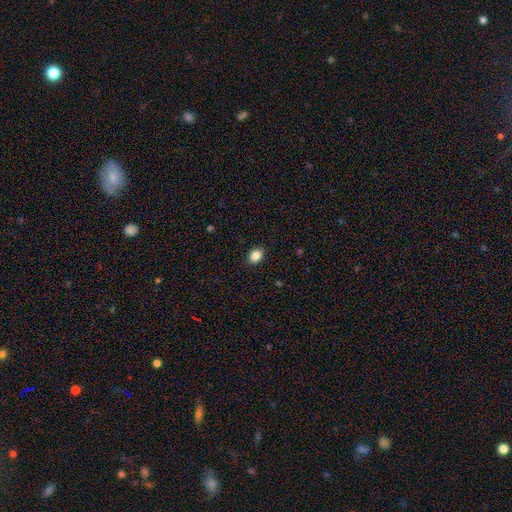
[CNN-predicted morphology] This appears to be a smooth galaxy with no disk features (86%) that is in between round and cigar-shaped (64%). Merging: none (90%).